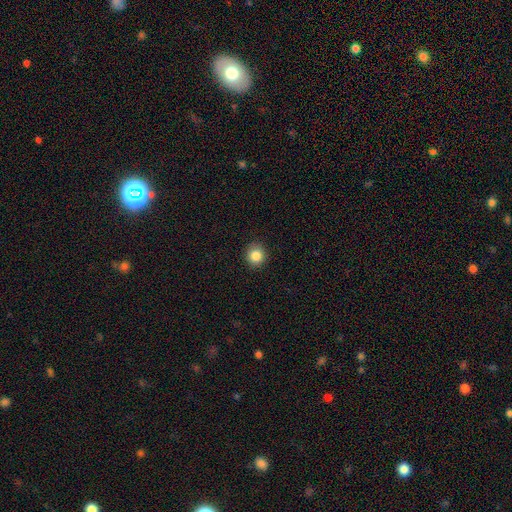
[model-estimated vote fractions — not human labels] Smooth or featured? Predicted: smooth (p=0.86). How rounded? Predicted: round (p=0.89). Merging? Predicted: none (p=0.90).